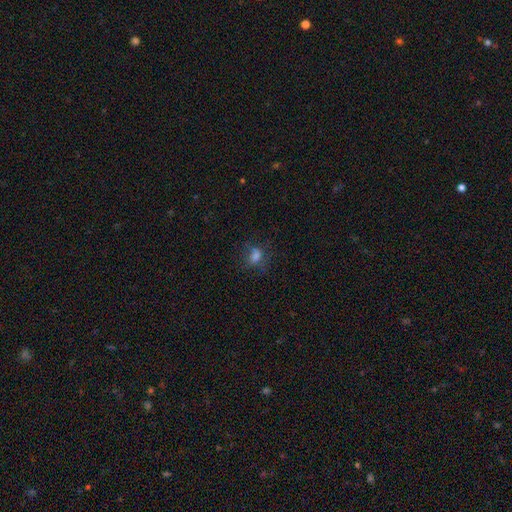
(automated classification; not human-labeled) This appears to be a smooth galaxy with no disk features (64%) that is in between round and cigar-shaped (55%). Merging: none (61%).